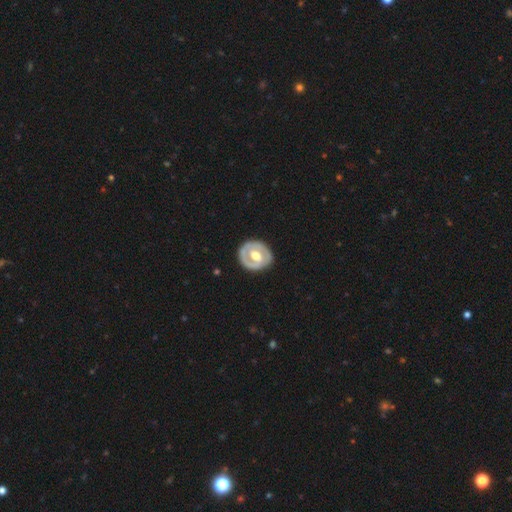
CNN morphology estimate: featured or disk 67%, smooth 29%, star or artifact 4%. Down the decision tree: edge-on disk — no (96%); bar — no (43%); spiral arms — no (64%); bulge size — moderate (67%); merging — none (83%).